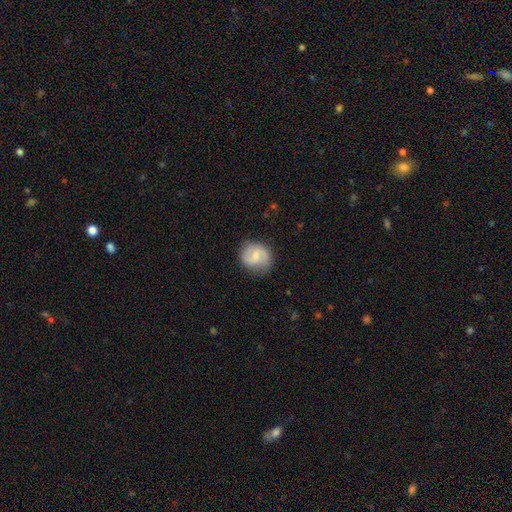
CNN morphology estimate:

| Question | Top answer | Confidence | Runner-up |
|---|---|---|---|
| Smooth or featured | featured or disk | 60% | smooth (33%) |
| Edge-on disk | no | 98% | yes (2%) |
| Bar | weak | 53% | no (36%) |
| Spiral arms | yes | 91% | no (9%) |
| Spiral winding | medium | 49% | loose (29%) |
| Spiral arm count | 2 | 88% | can't tell (6%) |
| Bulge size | small | 52% | moderate (34%) |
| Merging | none | 80% | minor disturbance (15%) |